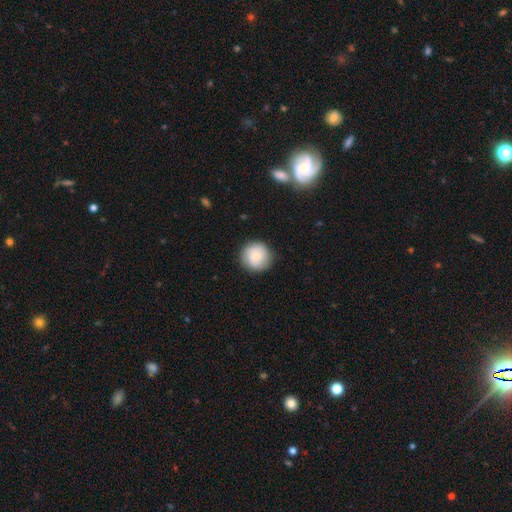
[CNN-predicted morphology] A smooth galaxy with no disk features (78%) that is round (95%). Merging: none (87%).